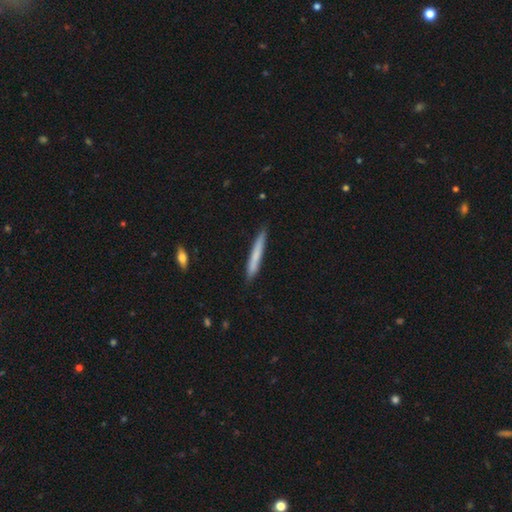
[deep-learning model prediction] A smooth galaxy with no disk features (70%) that is cigar-shaped (96%).

Vote fractions:
- Smooth or featured? smooth: 70% / featured or disk: 25% / star or artifact: 6%
- How rounded? cigar-shaped: 96% / in between: 3% / round: 1%
- Merging? none: 88% / minor disturbance: 9% / major disturbance: 1% / merger: 1%